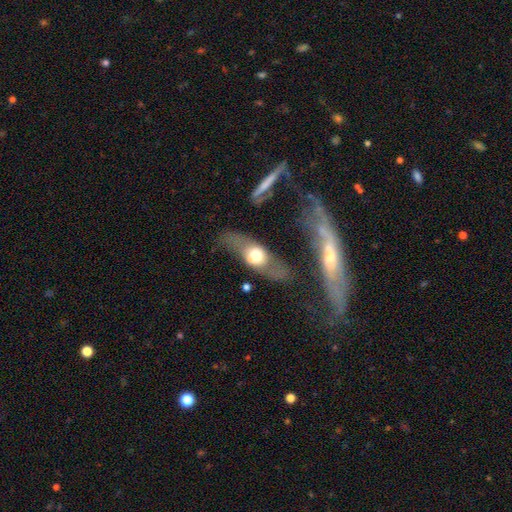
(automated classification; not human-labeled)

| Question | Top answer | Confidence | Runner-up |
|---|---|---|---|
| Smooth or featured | featured or disk | 52% | smooth (41%) |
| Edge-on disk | no | 58% | yes (42%) |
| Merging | none | 64% | minor disturbance (17%) |